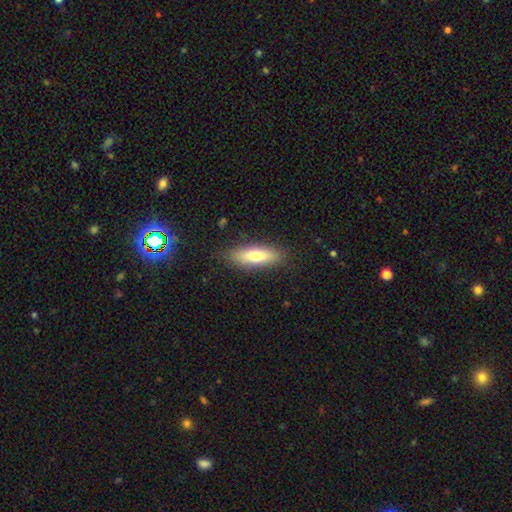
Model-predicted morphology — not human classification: smooth_or_featured: smooth (p=0.70) [alt: featured or disk p=0.24]
how_rounded: in between (p=0.53) [alt: cigar-shaped p=0.45]
merging: none (p=0.86) [alt: minor disturbance p=0.10]